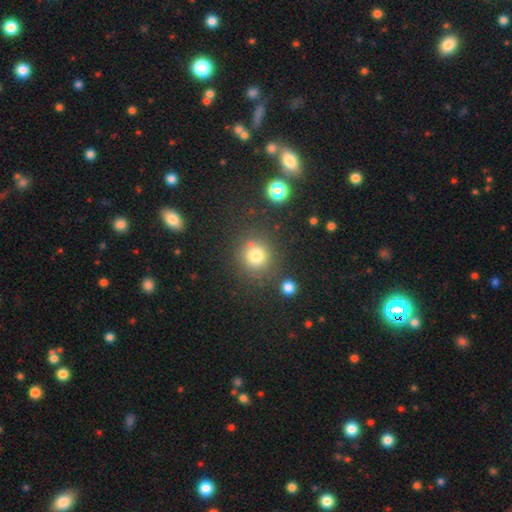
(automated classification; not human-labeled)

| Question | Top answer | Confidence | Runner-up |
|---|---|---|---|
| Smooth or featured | smooth | 78% | star or artifact (14%) |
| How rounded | round | 89% | in between (10%) |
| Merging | none | 77% | minor disturbance (10%) |